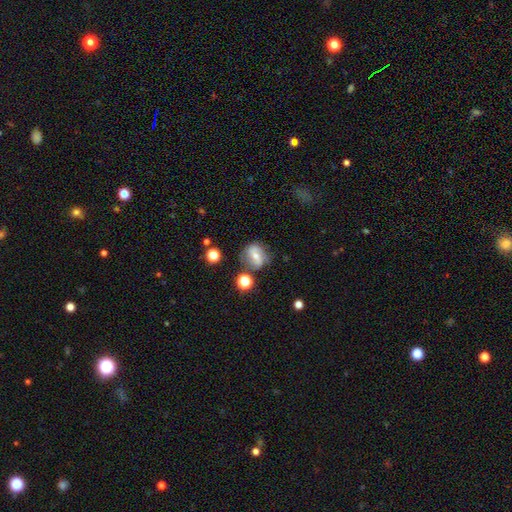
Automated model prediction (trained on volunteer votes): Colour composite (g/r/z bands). It shows a featured or disk galaxy (49%). Merging: none (62%).